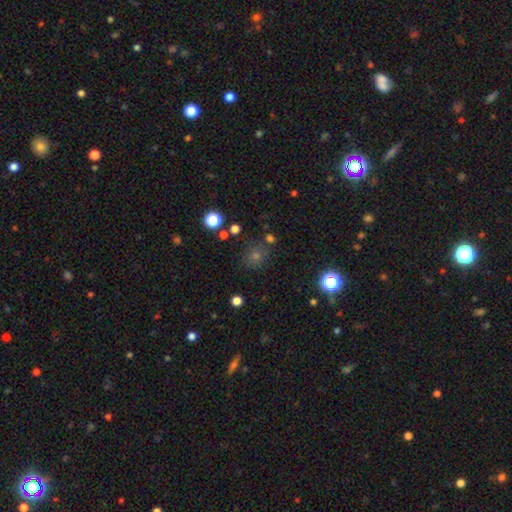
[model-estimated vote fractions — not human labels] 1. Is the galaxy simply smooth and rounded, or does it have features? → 55% smooth, 35% star or artifact, 9% featured or disk.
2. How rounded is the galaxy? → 85% round, 13% in between, 1% cigar-shaped.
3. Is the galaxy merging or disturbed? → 79% none, 11% minor disturbance, 6% merger, 4% major disturbance.